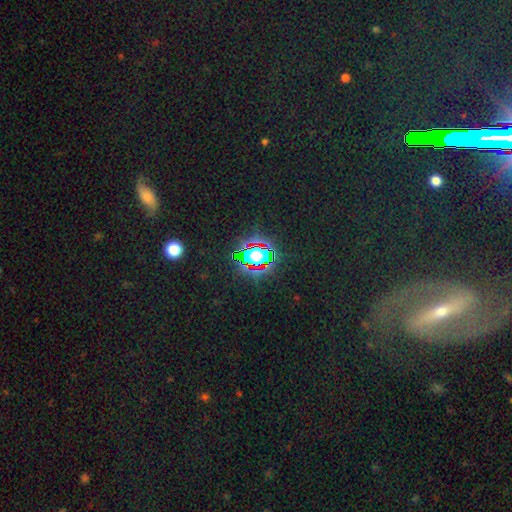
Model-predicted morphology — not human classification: smooth_or_featured: star or artifact (p=0.71) [alt: smooth p=0.19]